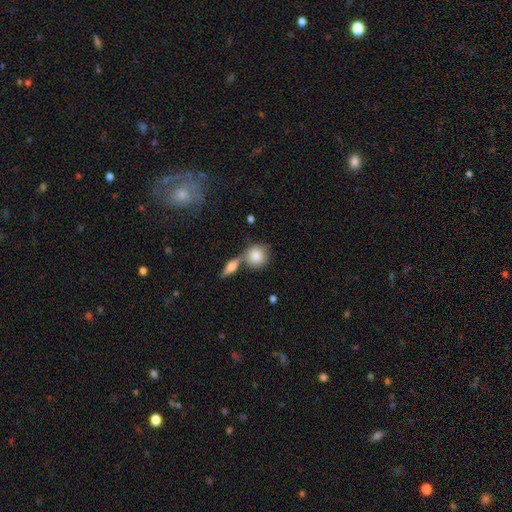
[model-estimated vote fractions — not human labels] A smooth galaxy with no disk features (80%) that is round (81%).

Vote fractions:
- Smooth or featured? smooth: 80% / featured or disk: 13% / star or artifact: 7%
- How rounded? round: 81% / in between: 17% / cigar-shaped: 2%
- Merging? none: 51% / merger: 33% / minor disturbance: 12% / major disturbance: 4%